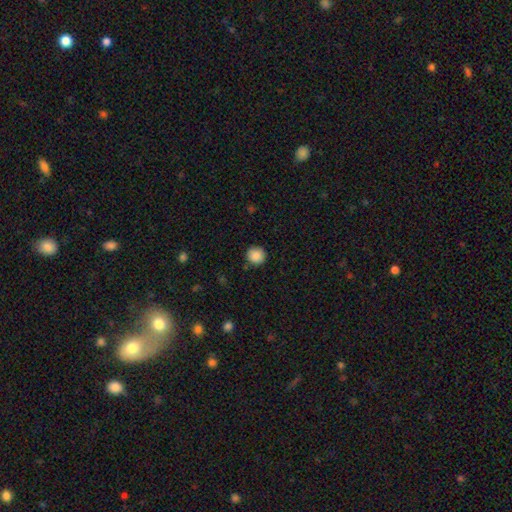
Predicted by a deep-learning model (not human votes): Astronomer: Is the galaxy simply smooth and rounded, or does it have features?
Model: smooth — 88%.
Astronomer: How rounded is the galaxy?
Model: round — 94%.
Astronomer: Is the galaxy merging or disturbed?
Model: none — 89%.